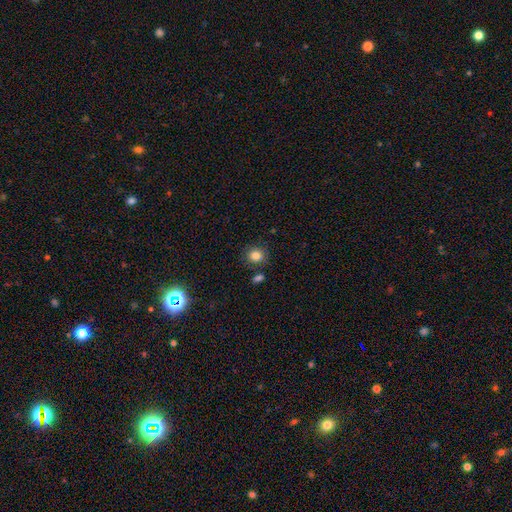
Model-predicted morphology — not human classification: Overall: smooth (83%). How rounded: round (77%). Merging: none (79%).